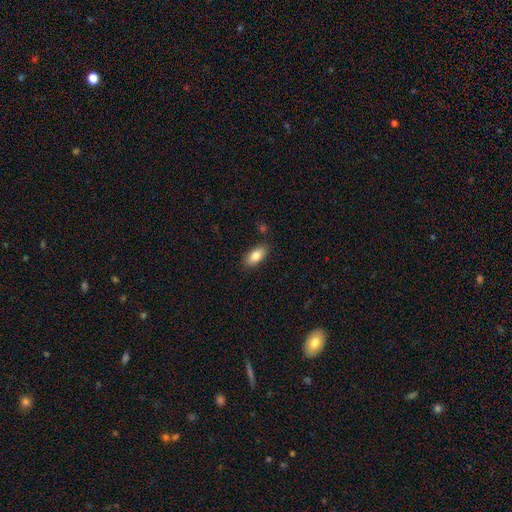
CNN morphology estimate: Smooth or featured? smooth (82%)
How rounded? in between (89%)
Merging? none (85%)